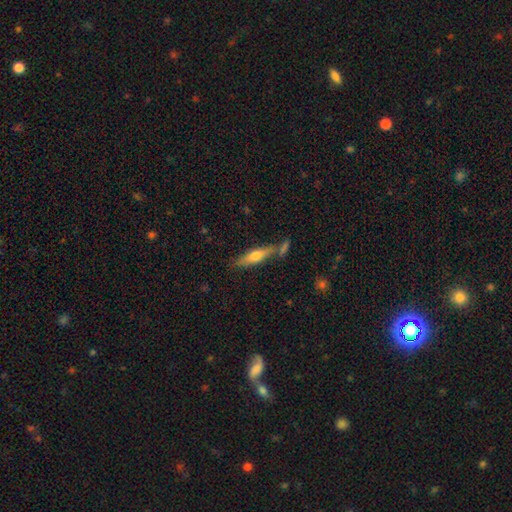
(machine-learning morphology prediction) smooth 51%, featured or disk 43%, star or artifact 6%. Down the decision tree: how rounded — cigar-shaped (75%); merging — none (67%).